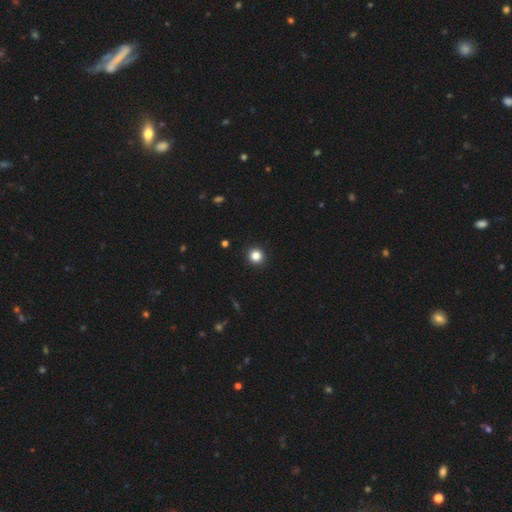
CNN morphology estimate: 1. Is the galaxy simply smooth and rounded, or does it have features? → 84% smooth, 12% star or artifact, 4% featured or disk.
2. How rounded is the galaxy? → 94% round, 5% in between, 1% cigar-shaped.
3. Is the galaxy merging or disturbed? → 94% none, 4% minor disturbance, 1% major disturbance, 1% merger.